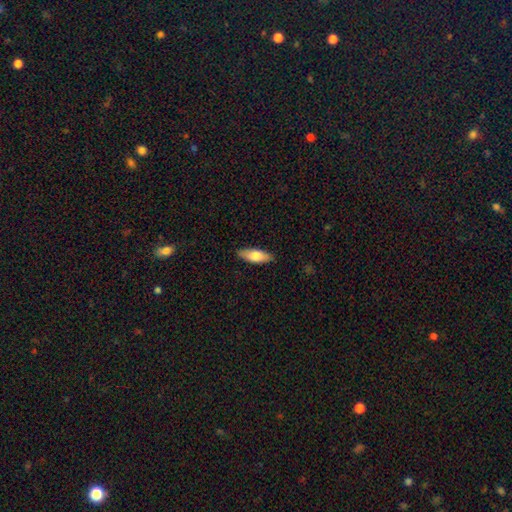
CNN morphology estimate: Overall: smooth (74%). How rounded: in between (67%; cigar-shaped 31%). Merging: none (88%).